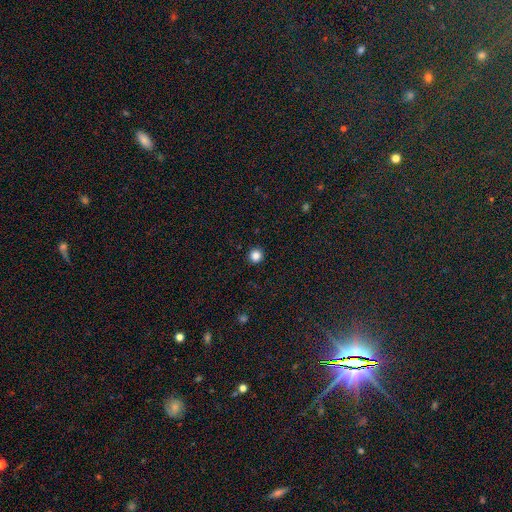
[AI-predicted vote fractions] smooth 85%, star or artifact 12%, featured or disk 4%. Down the decision tree: how rounded — round (95%); merging — none (93%).